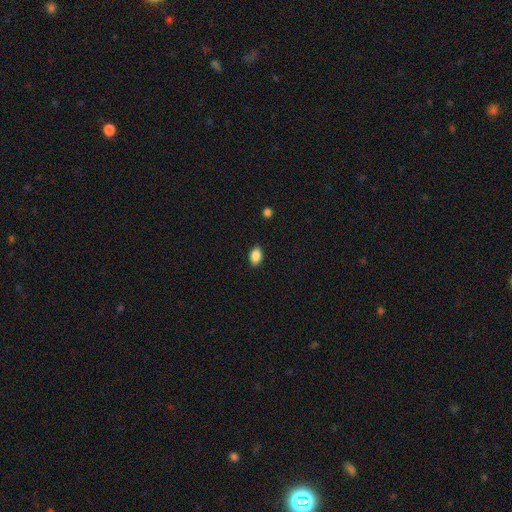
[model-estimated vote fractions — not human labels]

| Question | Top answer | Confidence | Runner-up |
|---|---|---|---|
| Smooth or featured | smooth | 87% | star or artifact (8%) |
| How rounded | in between | 87% | round (11%) |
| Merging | none | 88% | minor disturbance (9%) |